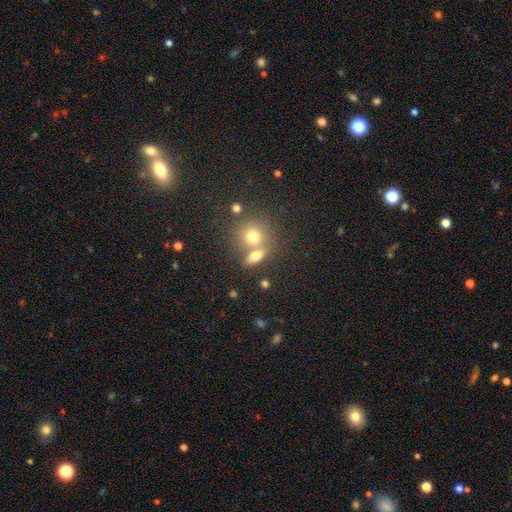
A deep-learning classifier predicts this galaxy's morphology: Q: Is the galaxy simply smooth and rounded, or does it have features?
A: smooth — 70%.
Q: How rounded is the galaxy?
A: in between — 59%.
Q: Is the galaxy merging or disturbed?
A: none — 49%.